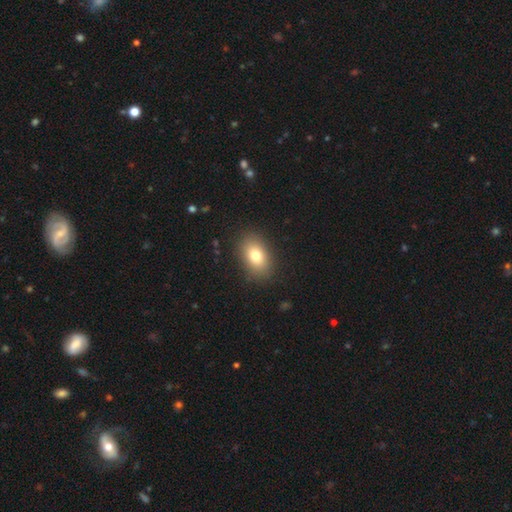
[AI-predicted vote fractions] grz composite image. It shows a smooth galaxy with no disk features (77%) that is in between round and cigar-shaped (83%). Merging: none (87%).